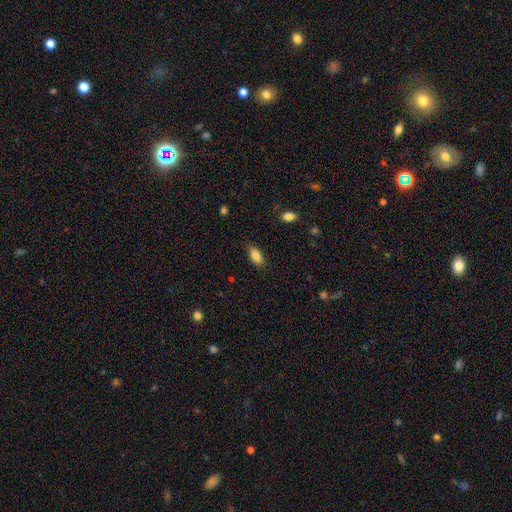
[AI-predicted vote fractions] A smooth galaxy with no disk features (84%) that is in between round and cigar-shaped (87%).

Vote fractions:
- Smooth or featured? smooth: 84% / star or artifact: 8% / featured or disk: 8%
- How rounded? in between: 87% / cigar-shaped: 10% / round: 3%
- Merging? none: 84% / minor disturbance: 12% / major disturbance: 3% / merger: 1%